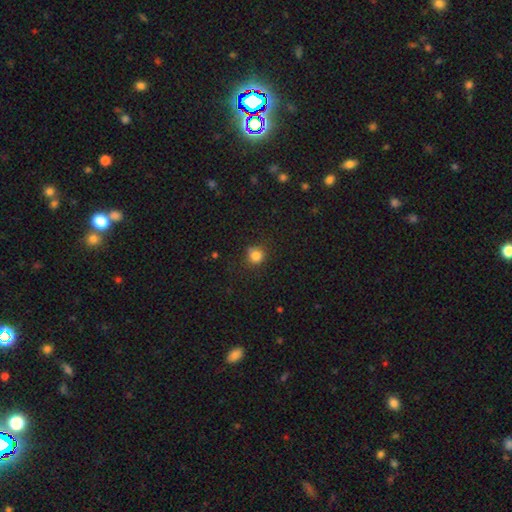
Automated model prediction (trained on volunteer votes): Overall: smooth (83%). How rounded: round (89%). Merging: none (82%).